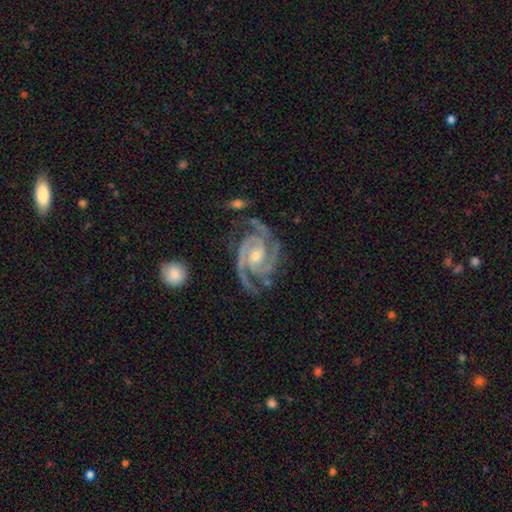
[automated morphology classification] type=featured or disk (94%); edge-on=no (98%); bar=no (51%); spiral arms=yes (99%); winding=tight (56%); arm count=2 (43%); bulge=small (53%); merging=none (71%).